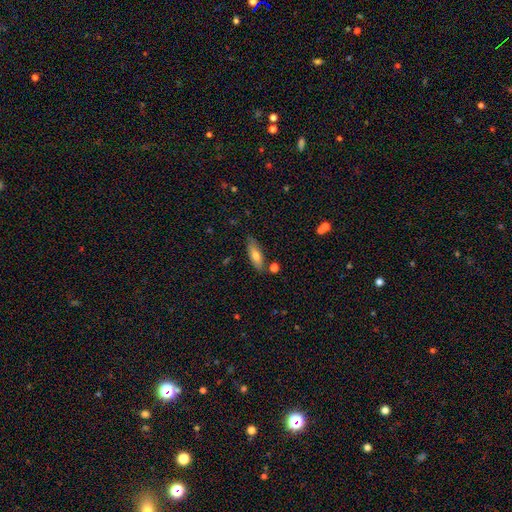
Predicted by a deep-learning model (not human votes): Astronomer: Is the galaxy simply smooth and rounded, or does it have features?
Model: smooth — 70%.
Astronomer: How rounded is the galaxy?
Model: in between — 64%.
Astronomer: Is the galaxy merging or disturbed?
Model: none — 78%.